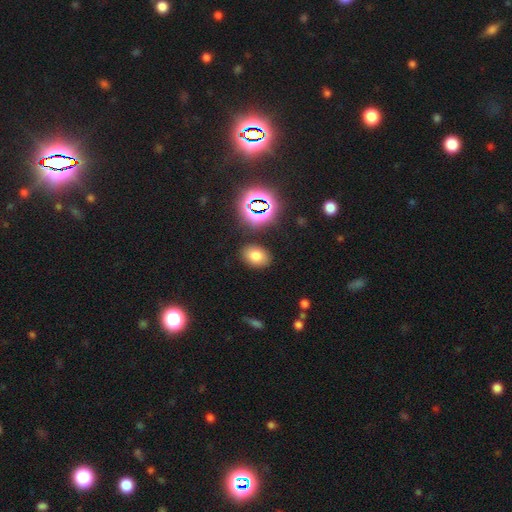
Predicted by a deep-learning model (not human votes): This appears to be a smooth galaxy with no disk features (73%) that is in between round and cigar-shaped (76%). Merging: none (85%).